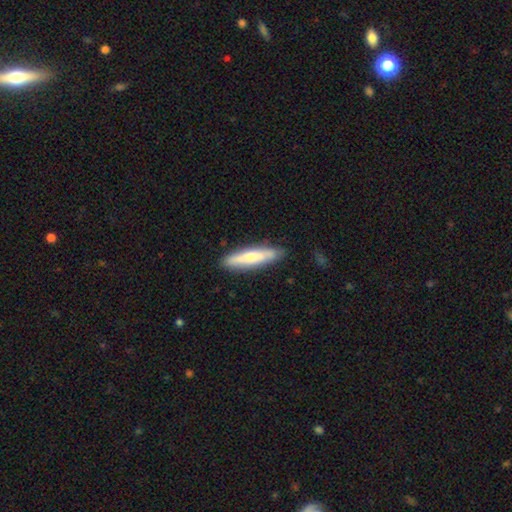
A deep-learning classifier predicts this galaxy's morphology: Smooth or featured? Predicted: smooth (p=0.60). How rounded? Predicted: cigar-shaped (p=0.82). Merging? Predicted: none (p=0.85).